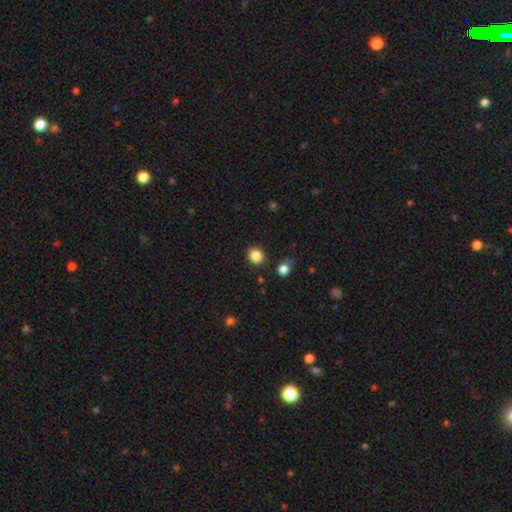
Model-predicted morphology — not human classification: This appears to be a smooth galaxy with no disk features (85%) that is round (76%). Merging: none (86%).